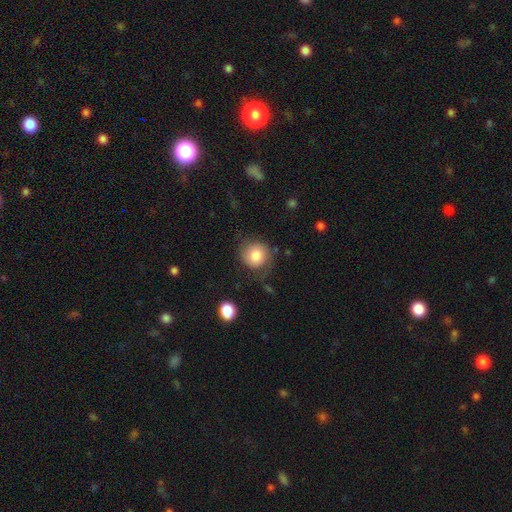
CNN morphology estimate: Smooth or featured? smooth (76%)
How rounded? round (87%)
Merging? none (67%)